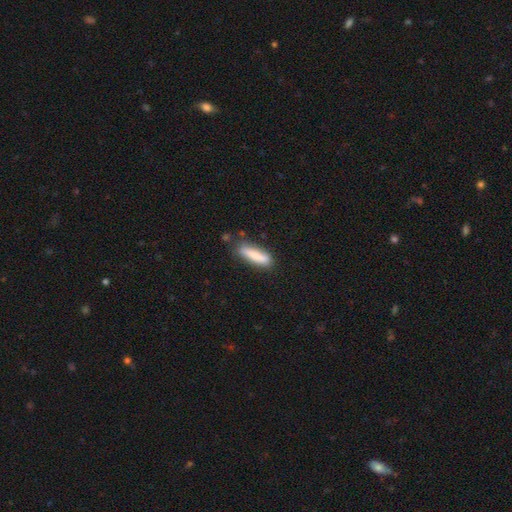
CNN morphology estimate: Q: Smooth or featured?
A: smooth (79%); runner-up: featured or disk (15%)
Q: How rounded?
A: cigar-shaped (70%); runner-up: in between (28%)
Q: Merging?
A: none (74%); runner-up: minor disturbance (17%)